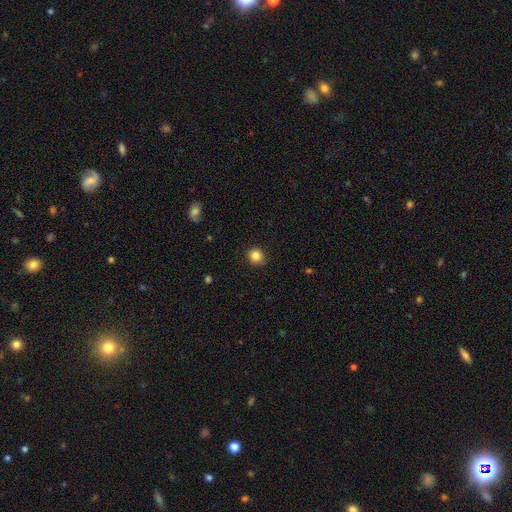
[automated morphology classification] A smooth galaxy with no disk features (84%) that is round (87%). Merging: none (86%).